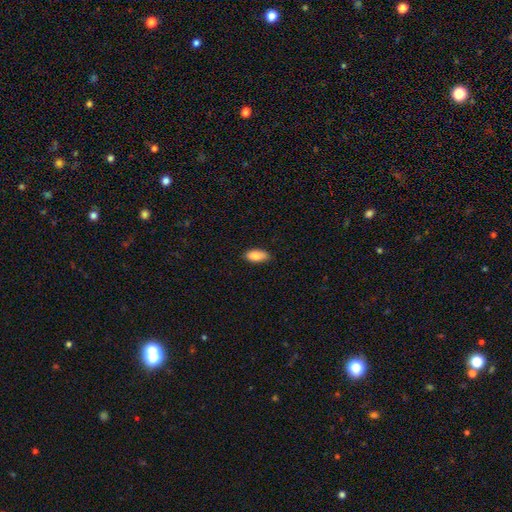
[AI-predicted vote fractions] A smooth galaxy with no disk features (86%) that is in between round and cigar-shaped (89%). Merging: none (85%).